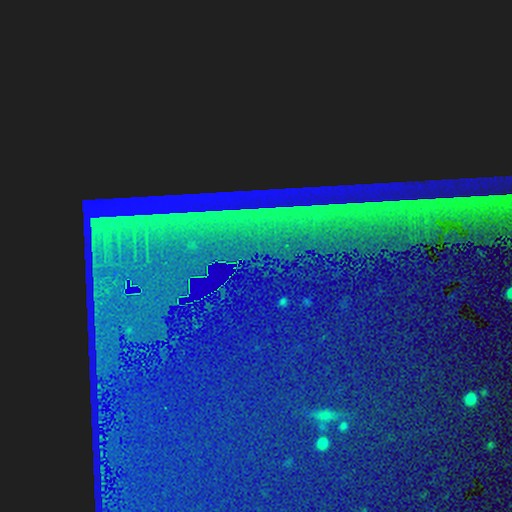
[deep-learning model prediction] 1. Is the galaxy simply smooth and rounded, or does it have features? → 89% star or artifact, 6% featured or disk, 5% smooth.